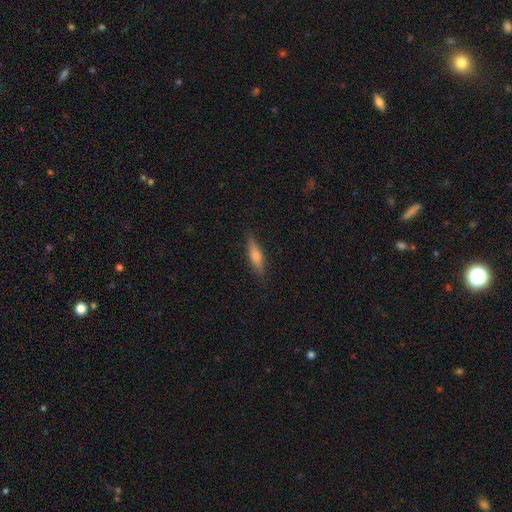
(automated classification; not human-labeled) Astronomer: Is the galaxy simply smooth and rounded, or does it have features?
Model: smooth — 61%.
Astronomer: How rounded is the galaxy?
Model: cigar-shaped — 70%.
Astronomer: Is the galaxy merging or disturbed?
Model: none — 85%.